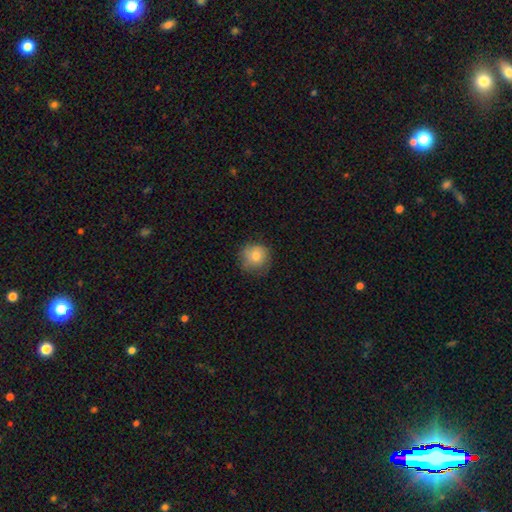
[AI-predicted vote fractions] Overall: smooth (74%). How rounded: round (90%). Merging: none (74%).